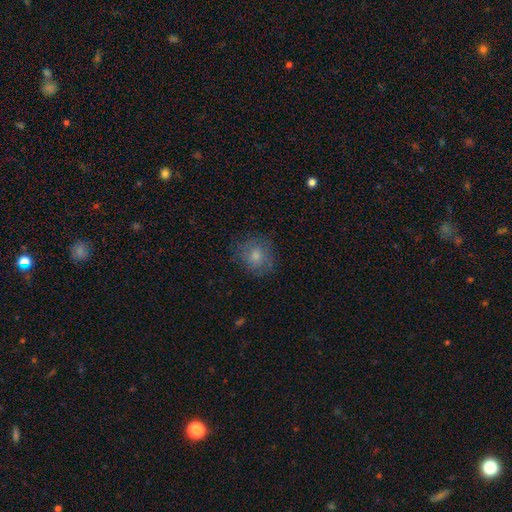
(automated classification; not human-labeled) A smooth galaxy with no disk features (59%) that is round (79%).

Vote fractions:
- Smooth or featured? smooth: 59% / featured or disk: 26% / star or artifact: 15%
- How rounded? round: 79% / in between: 20% / cigar-shaped: 1%
- Merging? none: 79% / minor disturbance: 15% / major disturbance: 6% / merger: 1%